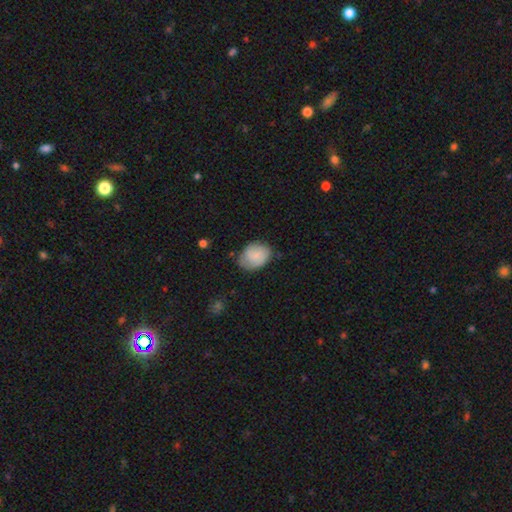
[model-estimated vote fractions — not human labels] Smooth or featured?
  - smooth: 68% *
  - featured or disk: 25%
  - star or artifact: 7%
How rounded?
  - in between: 65% *
  - round: 34%
  - cigar-shaped: 1%
Merging?
  - none: 63% *
  - minor disturbance: 29%
  - major disturbance: 7%
  - merger: 2%